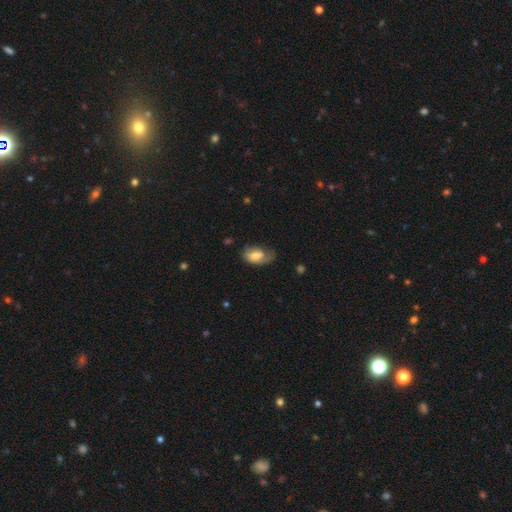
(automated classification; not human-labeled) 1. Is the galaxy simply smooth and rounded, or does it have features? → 64% smooth, 30% featured or disk, 7% star or artifact.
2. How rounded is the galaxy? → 91% in between, 7% round, 2% cigar-shaped.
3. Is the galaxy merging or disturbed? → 45% none, 34% minor disturbance, 20% major disturbance, 2% merger.